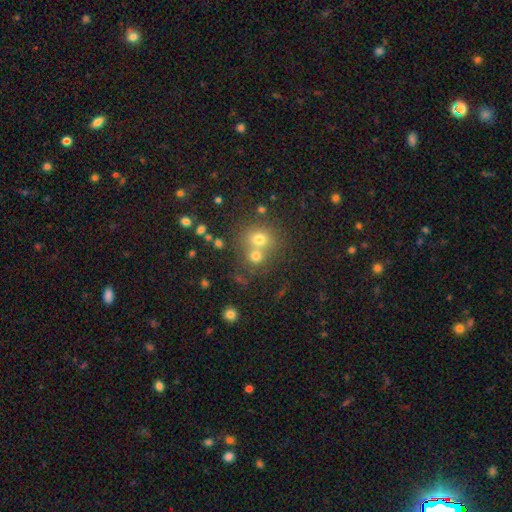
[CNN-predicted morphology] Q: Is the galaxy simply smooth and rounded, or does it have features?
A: smooth — 68%.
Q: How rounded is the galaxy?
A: round — 80%.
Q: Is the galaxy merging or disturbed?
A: merger — 49%.